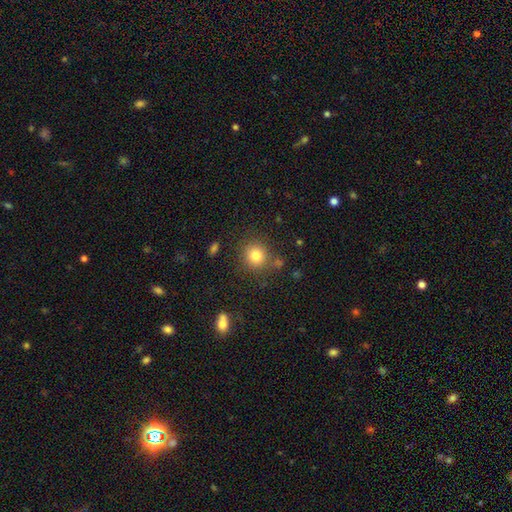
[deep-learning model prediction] Morphology: type=smooth (81%); roundness=round (90%); merging=none (82%).